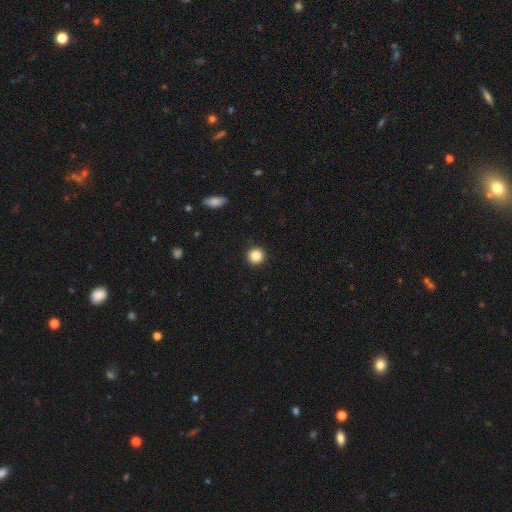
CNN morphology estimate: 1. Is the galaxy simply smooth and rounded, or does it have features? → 86% smooth, 10% star or artifact, 4% featured or disk.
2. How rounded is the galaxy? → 95% round, 5% in between, 1% cigar-shaped.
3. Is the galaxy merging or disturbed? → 93% none, 4% minor disturbance, 2% major disturbance, 1% merger.